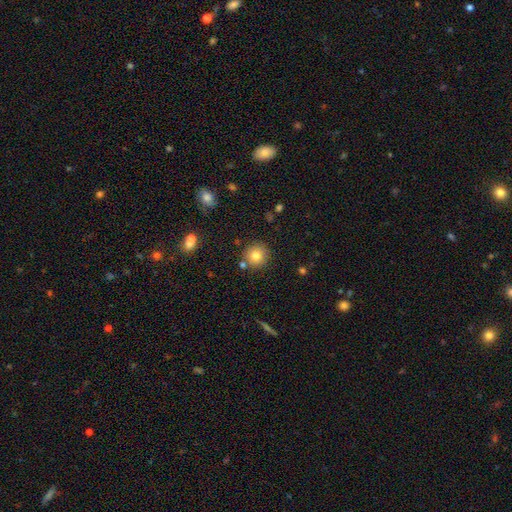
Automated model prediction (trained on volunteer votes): A smooth galaxy with no disk features (80%) that is round (92%). Merging: none (83%).